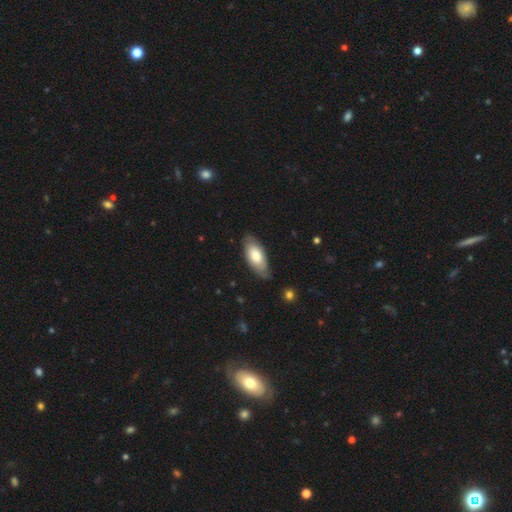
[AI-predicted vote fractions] smooth_or_featured: smooth (p=0.69) [alt: featured or disk p=0.25]
how_rounded: in between (p=0.86) [alt: cigar-shaped p=0.12]
merging: none (p=0.77) [alt: minor disturbance p=0.18]